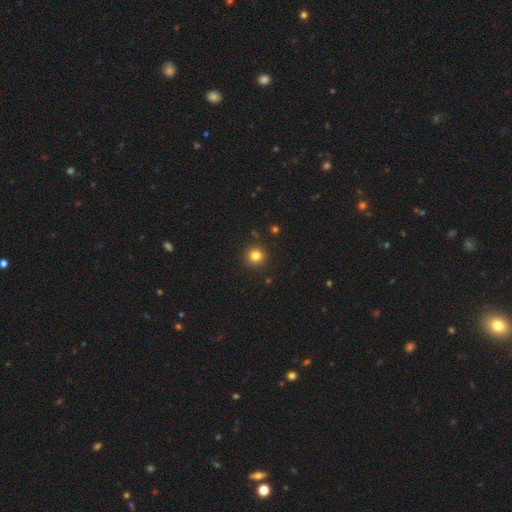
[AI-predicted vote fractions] This is clearly a smooth galaxy (82%). How rounded: clearly round (94%). Merging: clearly none (91%).